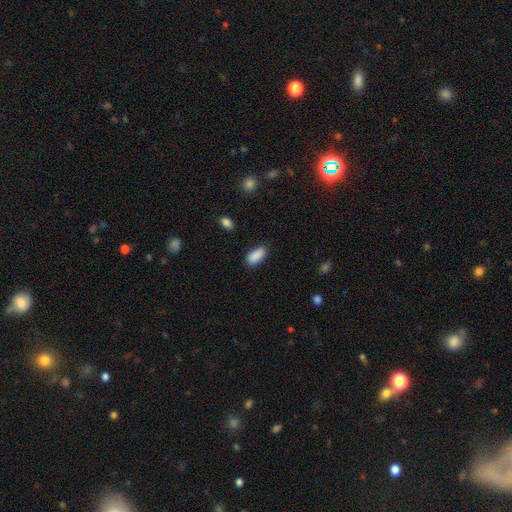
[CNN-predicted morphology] The model was most divided on "merging": none: 84%, minor disturbance: 12%, major disturbance: 3%, merger: 1%. More confident: smooth or featured — smooth (89%); how rounded — in between (88%).